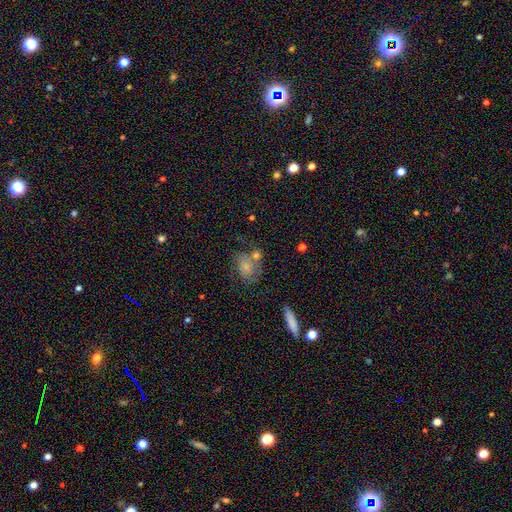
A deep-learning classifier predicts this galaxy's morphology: featured or disk 34%, smooth 33%, star or artifact 33%. Down the decision tree: merging — none (64%).